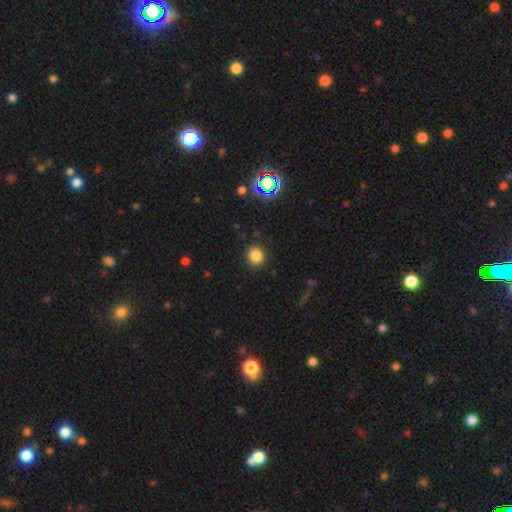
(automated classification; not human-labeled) Q: Smooth or featured?
A: smooth (82%); runner-up: star or artifact (14%)
Q: How rounded?
A: round (86%); runner-up: in between (13%)
Q: Merging?
A: none (89%); runner-up: minor disturbance (7%)